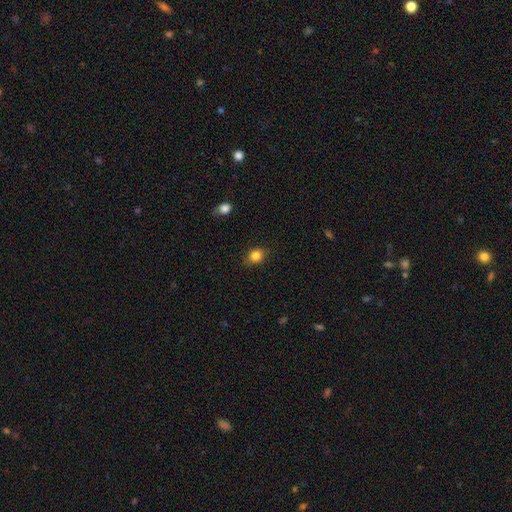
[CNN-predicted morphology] Smooth or featured: smooth — 83% (star or artifact — 11%)
How rounded: round — 58% (in between — 41%)
Merging: none — 83% (minor disturbance — 13%)